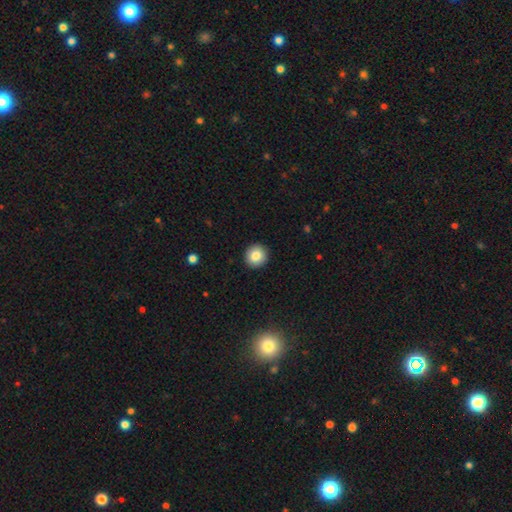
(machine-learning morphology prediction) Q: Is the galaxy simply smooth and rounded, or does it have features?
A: smooth — 84%.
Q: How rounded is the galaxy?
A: round — 91%.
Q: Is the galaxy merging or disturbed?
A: none — 92%.